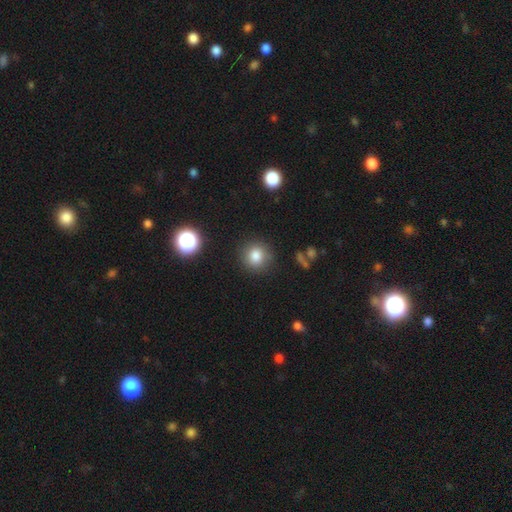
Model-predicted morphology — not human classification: A smooth galaxy with no disk features (82%) that is round (89%). Merging: none (88%).